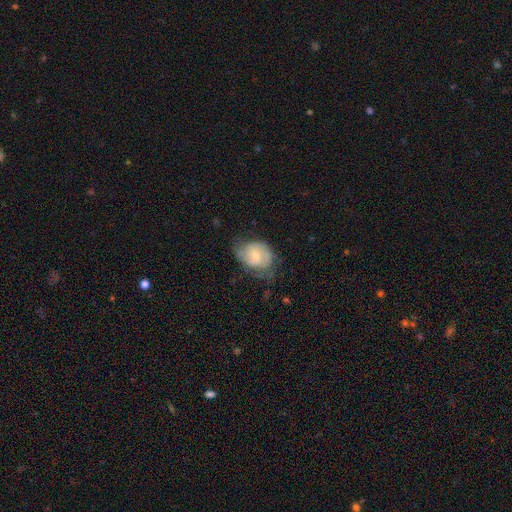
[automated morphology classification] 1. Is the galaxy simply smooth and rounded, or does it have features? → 58% featured or disk, 36% smooth, 7% star or artifact.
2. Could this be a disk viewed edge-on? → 97% no, 3% yes.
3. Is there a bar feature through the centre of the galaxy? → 53% no, 41% weak, 6% strong.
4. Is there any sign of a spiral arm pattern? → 84% yes, 16% no.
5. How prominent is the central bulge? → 57% small, 32% moderate, 7% none, 3% large, 1% dominant.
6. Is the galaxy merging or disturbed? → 50% none, 32% minor disturbance, 16% major disturbance, 2% merger.